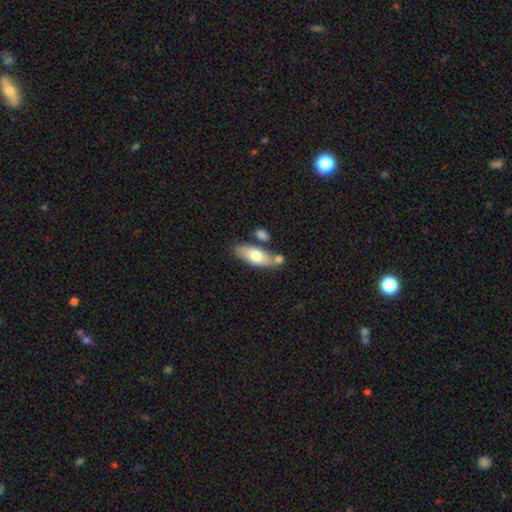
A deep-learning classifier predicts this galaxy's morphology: This is likely a smooth galaxy (70%). How rounded: likely in between (72%). Merging: likely none (63%).